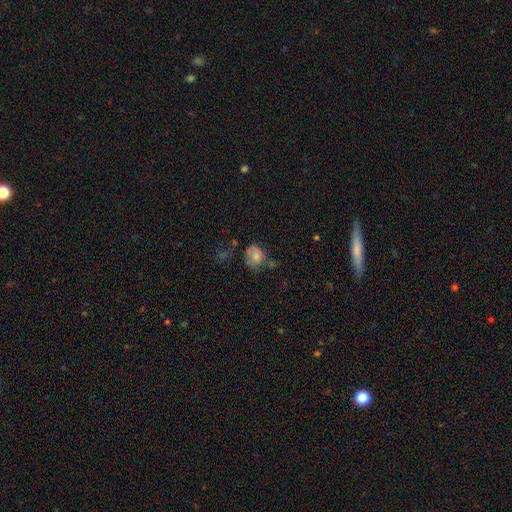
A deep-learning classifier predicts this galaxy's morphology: smooth 61%, featured or disk 27%, star or artifact 12%. Down the decision tree: how rounded — round (62%); merging — none (42%).